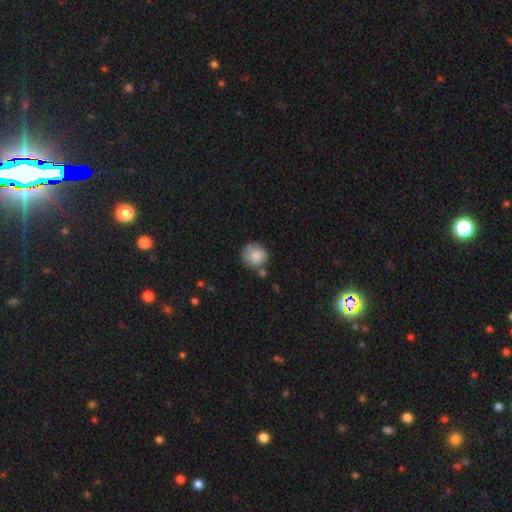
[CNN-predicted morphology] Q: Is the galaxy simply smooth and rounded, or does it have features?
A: smooth — 85%.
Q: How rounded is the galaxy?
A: round — 86%.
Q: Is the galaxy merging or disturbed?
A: none — 64%.